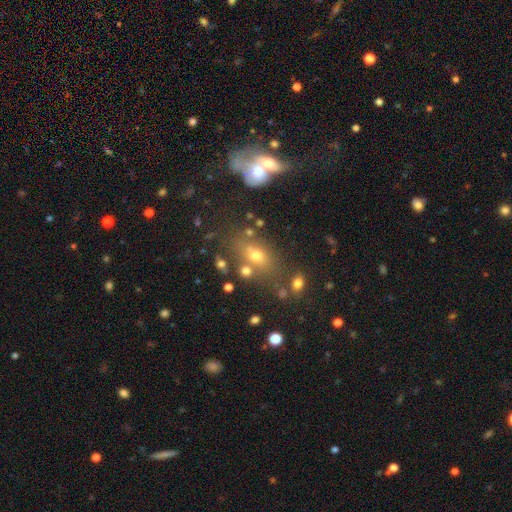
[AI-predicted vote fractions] The model was most divided on "merging": none: 58%, merger: 20%, minor disturbance: 15%, major disturbance: 8%. More confident: how rounded — in between (74%); smooth or featured — smooth (63%).